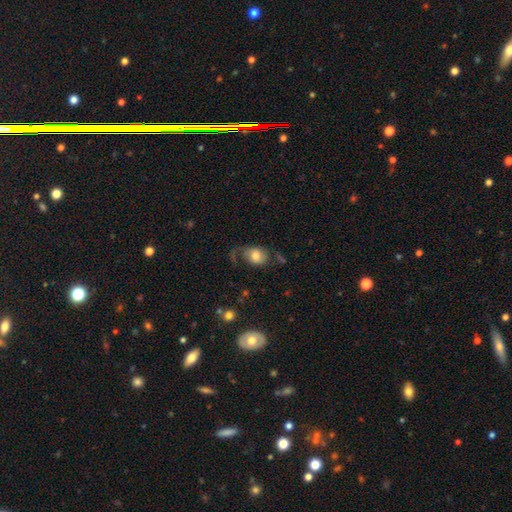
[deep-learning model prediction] Smooth or featured? smooth (57%)
How rounded? in between (60%)
Merging? none (41%)